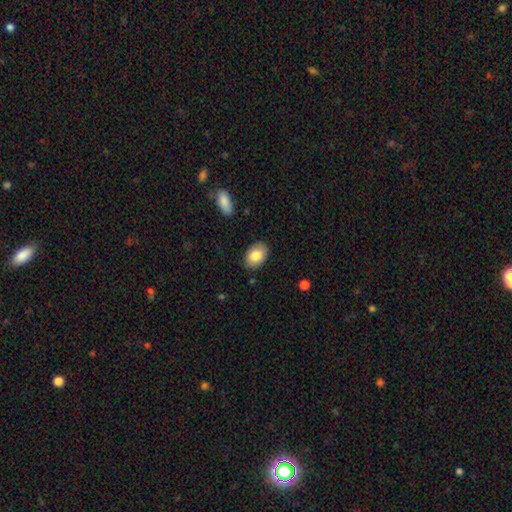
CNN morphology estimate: Q: Smooth or featured?
A: smooth (82%); runner-up: featured or disk (11%)
Q: How rounded?
A: in between (85%); runner-up: round (13%)
Q: Merging?
A: none (85%); runner-up: minor disturbance (12%)